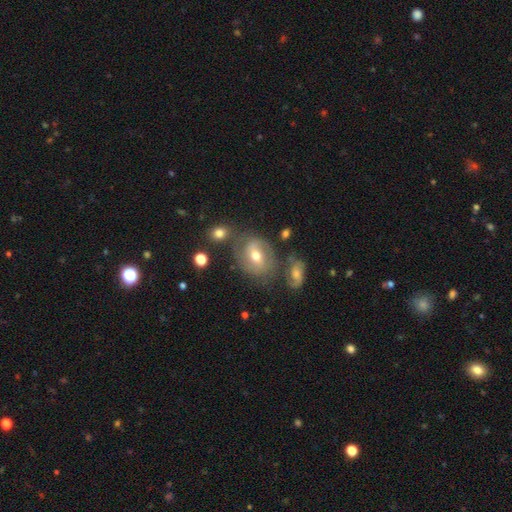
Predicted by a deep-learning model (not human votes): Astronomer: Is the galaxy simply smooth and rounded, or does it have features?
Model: featured or disk — 54% (runner-up: smooth, 37%).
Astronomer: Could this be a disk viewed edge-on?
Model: no — 95%.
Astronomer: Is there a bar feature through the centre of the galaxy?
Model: weak — 42% (runner-up: no, 35%).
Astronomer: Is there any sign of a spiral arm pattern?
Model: yes — 70%.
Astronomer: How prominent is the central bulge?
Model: moderate — 70%.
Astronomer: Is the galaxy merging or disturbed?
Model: none — 58%.